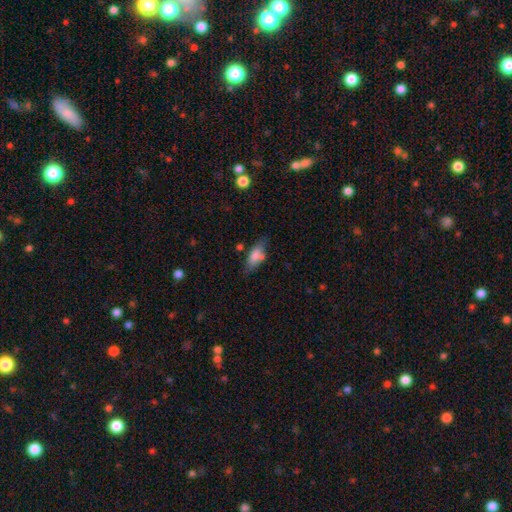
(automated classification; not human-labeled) smooth 77%, featured or disk 15%, star or artifact 7%. Down the decision tree: how rounded — in between (80%); merging — none (61%).